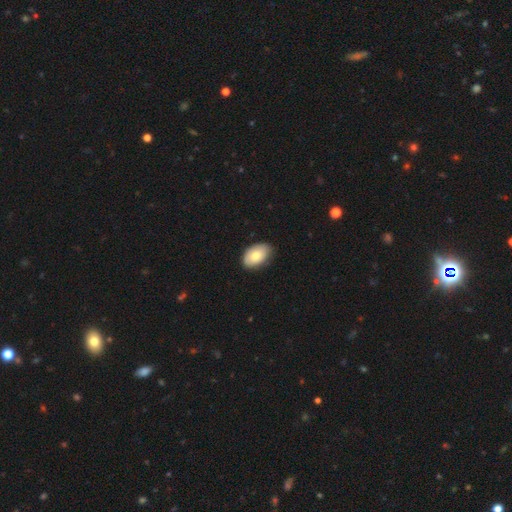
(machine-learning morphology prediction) This appears to be a smooth galaxy with no disk features (75%) that is in between round and cigar-shaped (92%). Merging: none (79%).